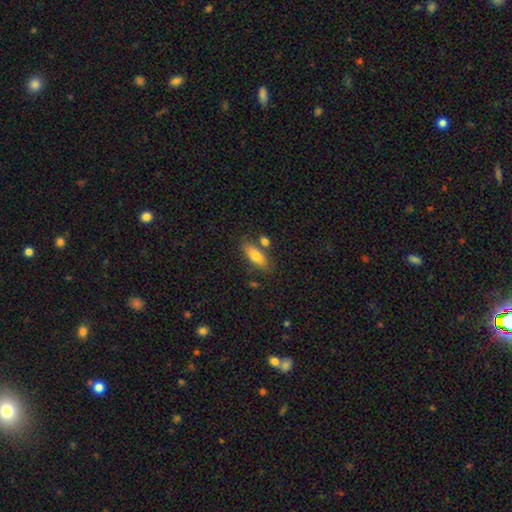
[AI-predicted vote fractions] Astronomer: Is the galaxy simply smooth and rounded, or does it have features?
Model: smooth — 77%.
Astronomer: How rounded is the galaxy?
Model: in between — 69%.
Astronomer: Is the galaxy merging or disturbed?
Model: none — 72%.